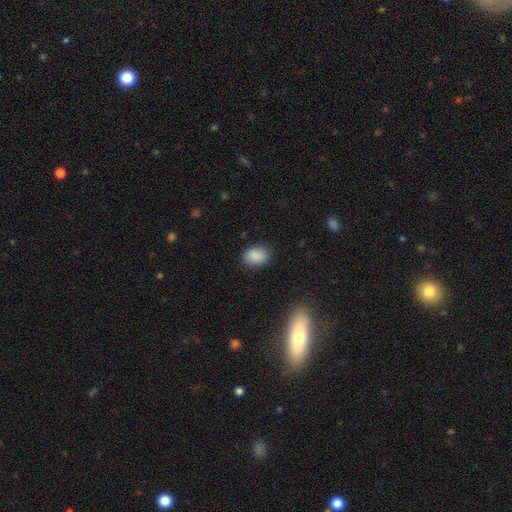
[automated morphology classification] Smooth or featured? smooth (88%)
How rounded? in between (68%)
Merging? none (84%)